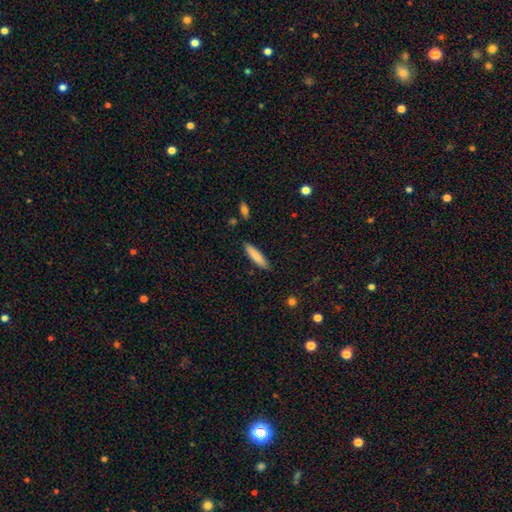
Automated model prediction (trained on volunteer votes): Smooth or featured?
  - smooth: 82% *
  - featured or disk: 12%
  - star or artifact: 6%
How rounded?
  - cigar-shaped: 79% *
  - in between: 19%
  - round: 1%
Merging?
  - none: 88% *
  - minor disturbance: 9%
  - major disturbance: 2%
  - merger: 1%